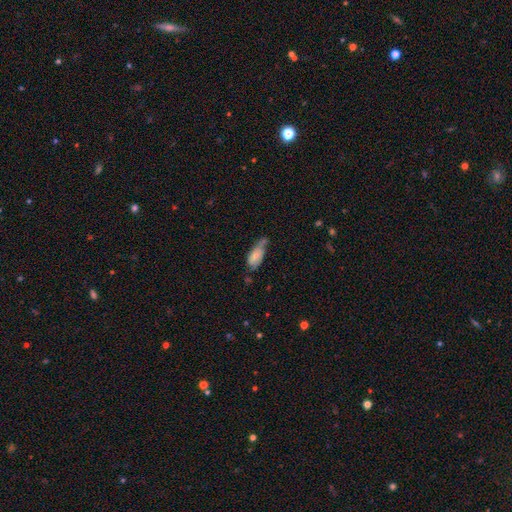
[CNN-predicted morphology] Q: Smooth or featured?
A: smooth (70%); runner-up: featured or disk (23%)
Q: How rounded?
A: in between (82%); runner-up: cigar-shaped (16%)
Q: Merging?
A: minor disturbance (41%); runner-up: none (34%)